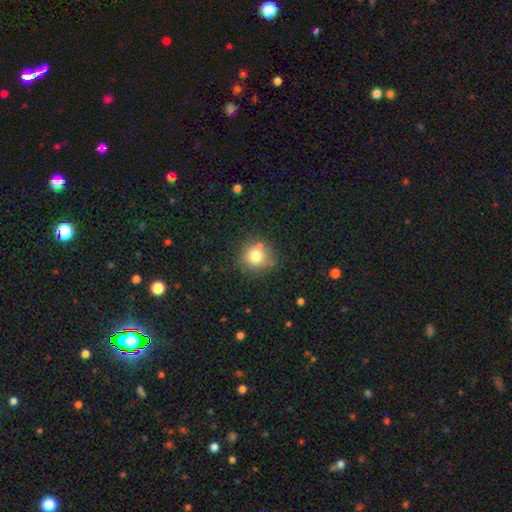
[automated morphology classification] Overall: smooth (77%). How rounded: round (89%). Merging: none (75%).